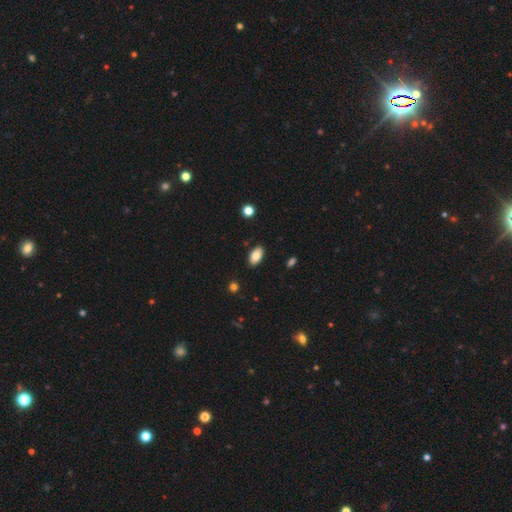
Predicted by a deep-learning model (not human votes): smooth 83%, featured or disk 10%, star or artifact 8%. Down the decision tree: how rounded — in between (94%); merging — none (88%).